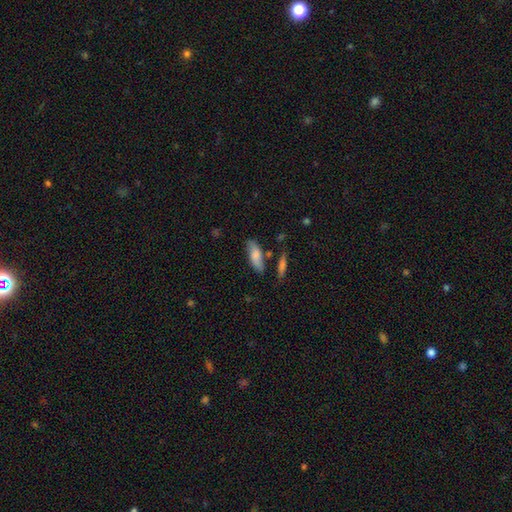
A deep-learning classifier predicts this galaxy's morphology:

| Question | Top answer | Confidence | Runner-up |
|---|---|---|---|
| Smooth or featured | smooth | 74% | featured or disk (20%) |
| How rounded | in between | 66% | cigar-shaped (32%) |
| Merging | none | 69% | minor disturbance (19%) |